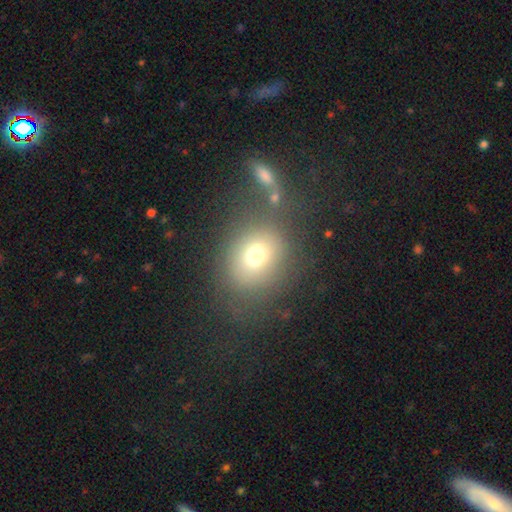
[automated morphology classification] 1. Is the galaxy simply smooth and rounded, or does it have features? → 71% smooth, 14% star or artifact, 14% featured or disk.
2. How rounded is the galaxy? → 60% round, 38% in between, 1% cigar-shaped.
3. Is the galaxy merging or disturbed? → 63% none, 14% minor disturbance, 13% merger, 10% major disturbance.